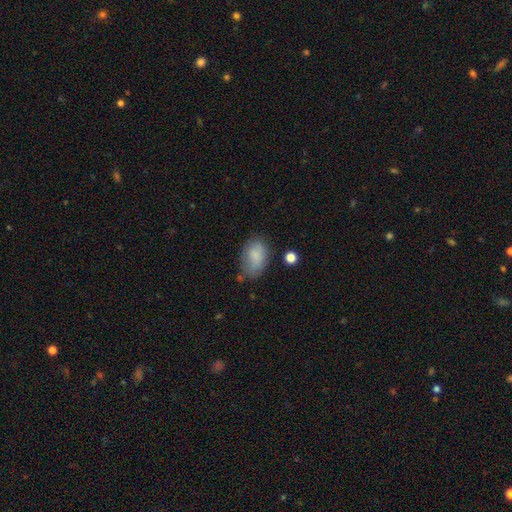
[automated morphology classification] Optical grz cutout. It shows a smooth galaxy with no disk features (82%) that is in between round and cigar-shaped (86%). Merging: none (57%).